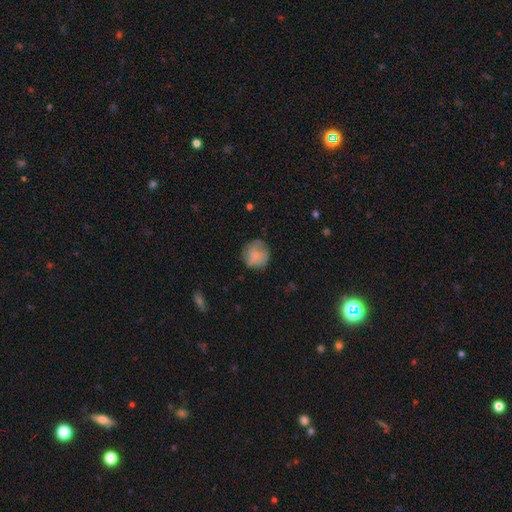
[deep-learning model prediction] The model was most divided on "merging": none: 72%, minor disturbance: 20%, major disturbance: 6%, merger: 1%. More confident: how rounded — round (89%); smooth or featured — smooth (76%).